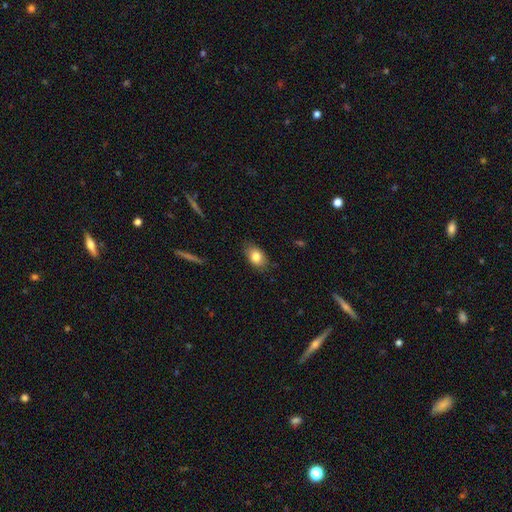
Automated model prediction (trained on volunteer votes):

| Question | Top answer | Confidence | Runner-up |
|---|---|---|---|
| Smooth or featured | smooth | 82% | featured or disk (10%) |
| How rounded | in between | 85% | round (13%) |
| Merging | none | 80% | minor disturbance (16%) |